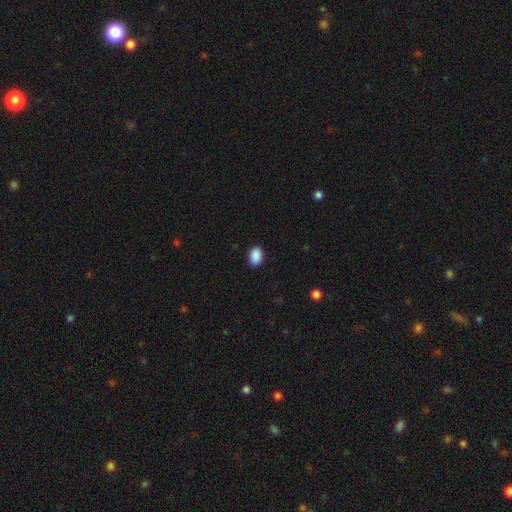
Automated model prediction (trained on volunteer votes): Smooth or featured? smooth (90%)
How rounded? in between (84%)
Merging? none (90%)